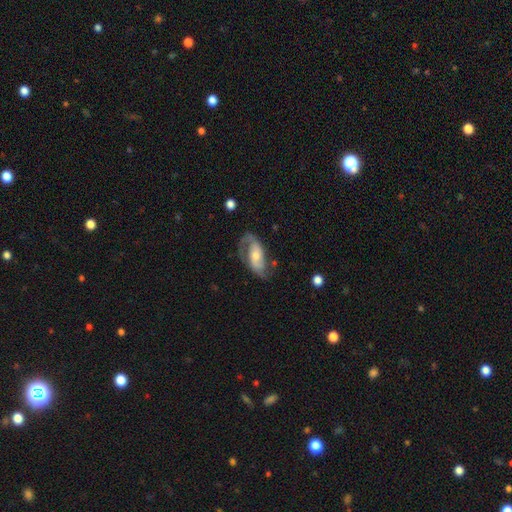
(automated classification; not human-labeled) A featured or disk galaxy (74%) with no bar (50%), 2 (77%) medium (45%) spiral arms (90%) and a moderate central bulge (50%). Merging: none (57%).